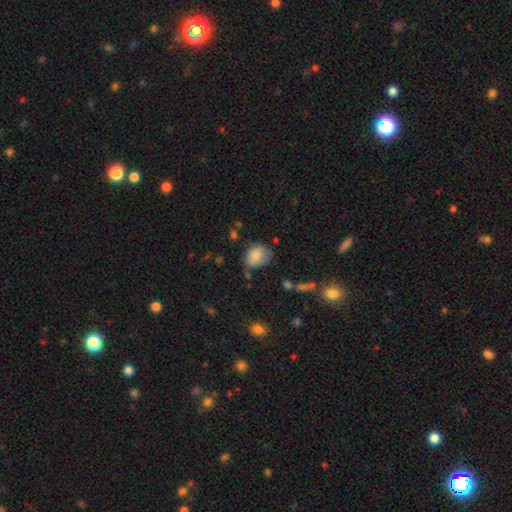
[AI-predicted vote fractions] Smooth or featured?
  - smooth: 82% *
  - featured or disk: 9%
  - star or artifact: 9%
How rounded?
  - in between: 60% *
  - round: 39%
  - cigar-shaped: 1%
Merging?
  - none: 53% *
  - minor disturbance: 33%
  - major disturbance: 10%
  - merger: 4%